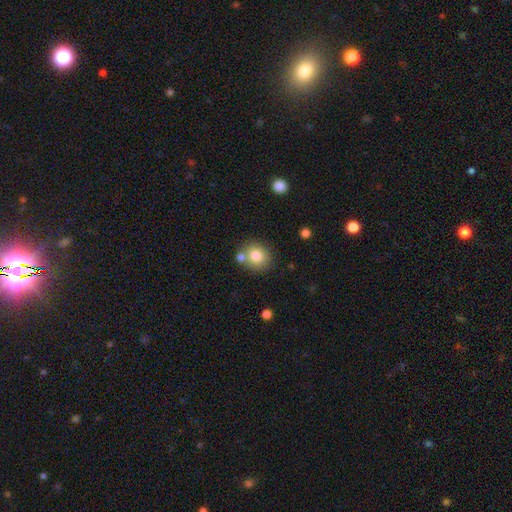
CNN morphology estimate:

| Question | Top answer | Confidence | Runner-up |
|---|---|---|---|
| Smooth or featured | smooth | 79% | featured or disk (11%) |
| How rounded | round | 79% | in between (20%) |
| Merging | none | 66% | merger (20%) |